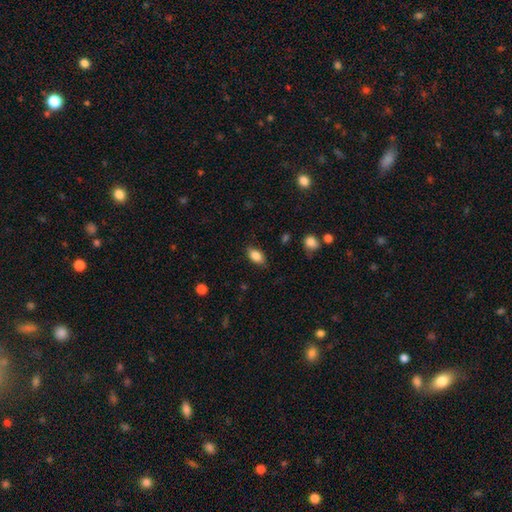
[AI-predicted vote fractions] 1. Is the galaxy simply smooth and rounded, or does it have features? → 84% smooth, 8% star or artifact, 8% featured or disk.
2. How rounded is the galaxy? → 89% in between, 7% round, 4% cigar-shaped.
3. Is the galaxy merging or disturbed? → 83% none, 13% minor disturbance, 3% major disturbance, 1% merger.